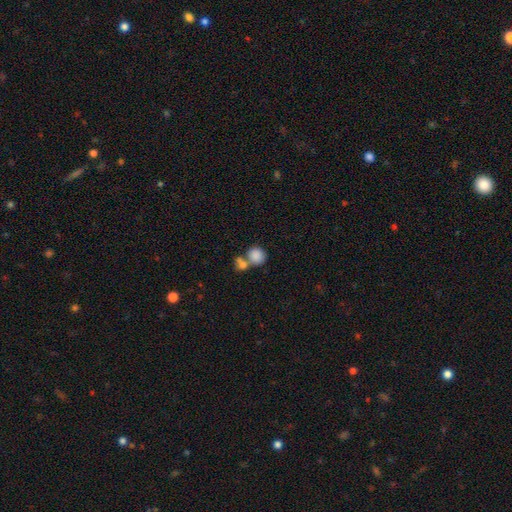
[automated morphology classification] Overall: smooth (84%). How rounded: round (76%). Merging: merger (49%; none 37%).